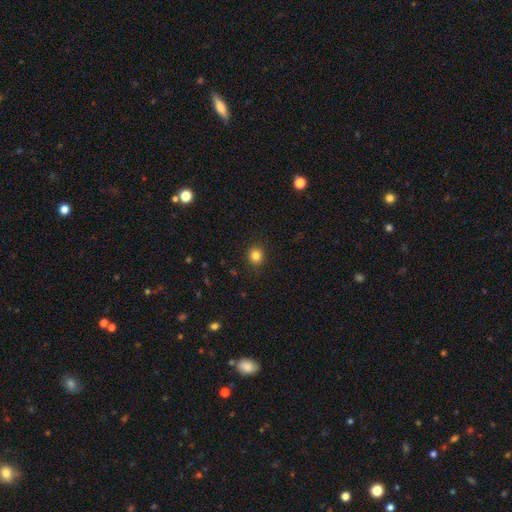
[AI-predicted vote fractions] This appears to be a smooth galaxy with no disk features (83%) that is round (88%). Merging: none (90%).